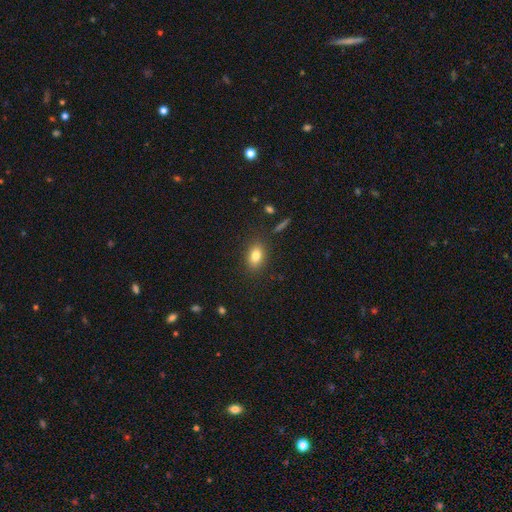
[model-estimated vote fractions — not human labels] This is clearly a smooth galaxy (81%). How rounded: clearly in between (81%). Merging: clearly none (85%).